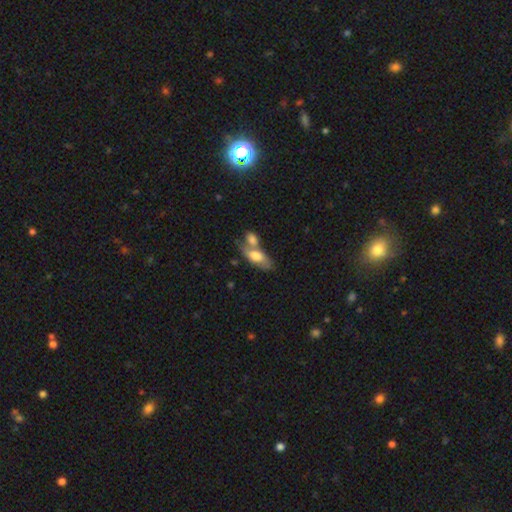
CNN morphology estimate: smooth_or_featured: smooth (p=0.63) [alt: featured or disk p=0.30]
how_rounded: in between (p=0.82) [alt: cigar-shaped p=0.13]
merging: merger (p=0.50) [alt: none p=0.32]